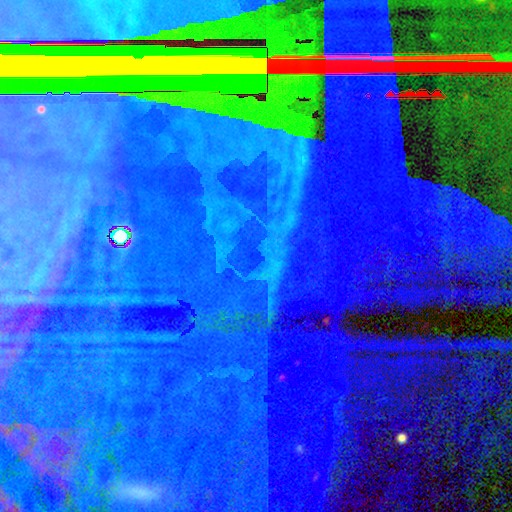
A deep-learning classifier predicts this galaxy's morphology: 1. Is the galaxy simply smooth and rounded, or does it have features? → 88% star or artifact, 7% featured or disk, 5% smooth.